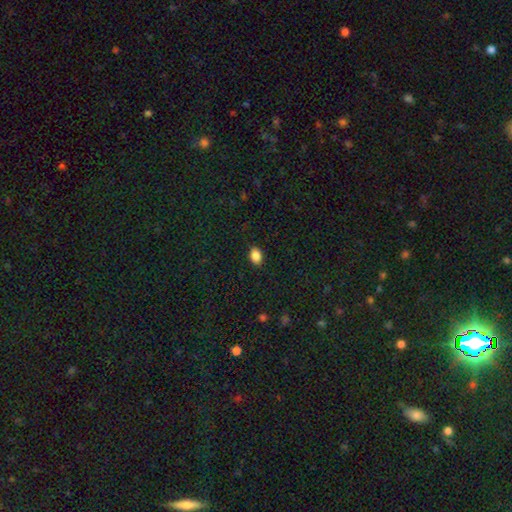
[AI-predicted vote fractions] This is clearly a smooth galaxy (87%). How rounded: likely in between (77%). Merging: clearly none (88%).